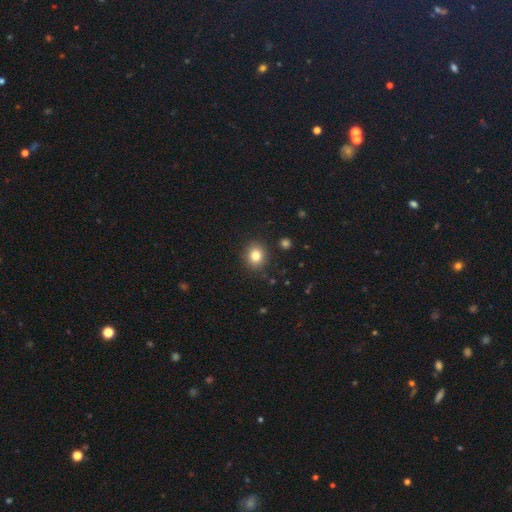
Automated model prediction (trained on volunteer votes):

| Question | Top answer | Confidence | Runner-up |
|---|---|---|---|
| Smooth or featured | smooth | 82% | star or artifact (11%) |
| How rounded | round | 74% | in between (25%) |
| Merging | none | 89% | minor disturbance (7%) |